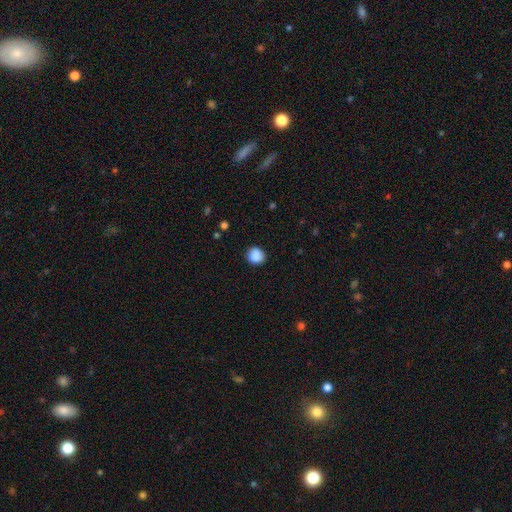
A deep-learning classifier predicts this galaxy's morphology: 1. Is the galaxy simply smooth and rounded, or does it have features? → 88% smooth, 9% star or artifact, 3% featured or disk.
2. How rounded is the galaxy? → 83% round, 16% in between, 1% cigar-shaped.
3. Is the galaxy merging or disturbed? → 86% none, 11% minor disturbance, 3% major disturbance, 1% merger.